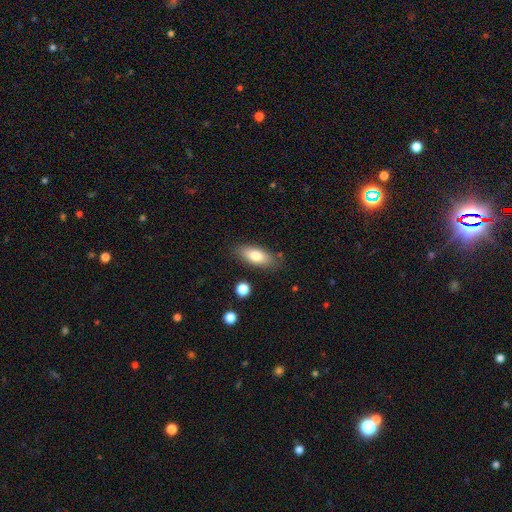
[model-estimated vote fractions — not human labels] This is likely a smooth galaxy (77%). How rounded: likely in between (78%). Merging: clearly none (81%).